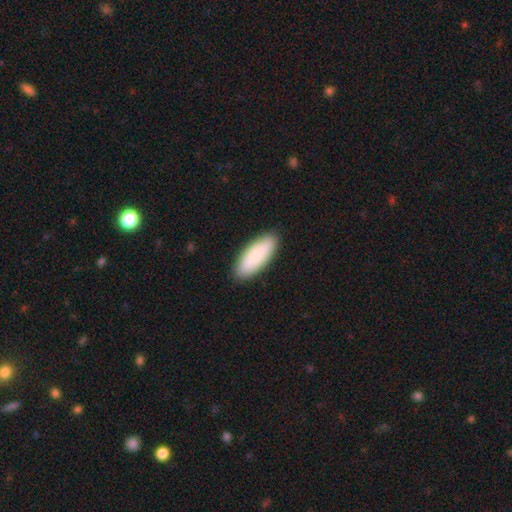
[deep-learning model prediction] The model was most divided on "how rounded": in between: 73%, cigar-shaped: 25%, round: 2%. More confident: merging — none (89%); smooth or featured — smooth (84%).